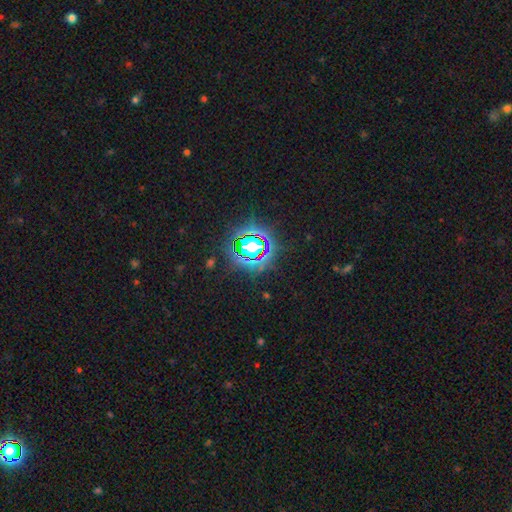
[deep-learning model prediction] Smooth or featured: star or artifact — 80% (smooth — 12%)